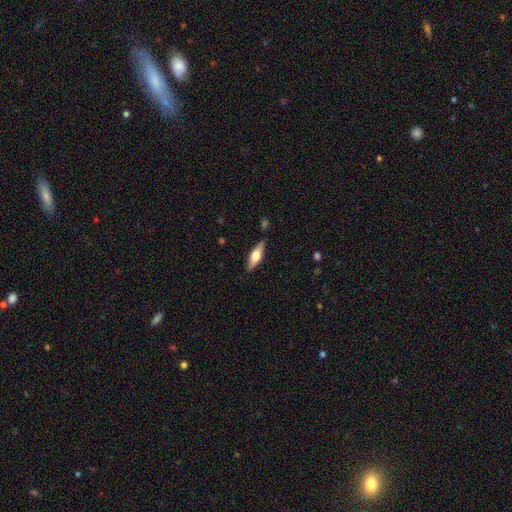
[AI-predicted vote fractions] Overall: featured or disk (52%; smooth 42%). Edge-on disk: yes (93%). Merging: none (84%).